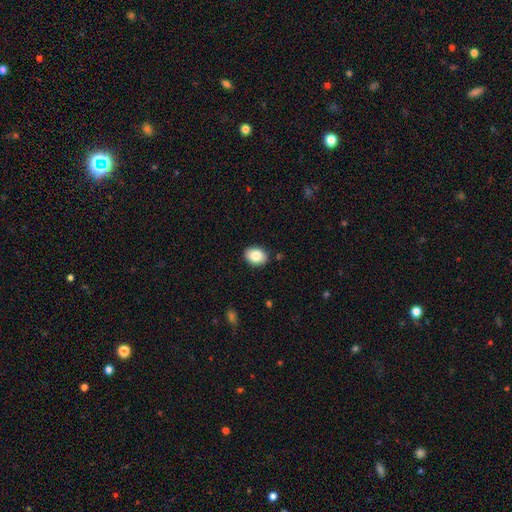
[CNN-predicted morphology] smooth-or-featured: smooth: 85% | star or artifact: 8% | featured or disk: 7%
  how-rounded: in between: 69% | round: 30% | cigar-shaped: 1%
  merging: none: 88% | minor disturbance: 9% | major disturbance: 2% | merger: 1%